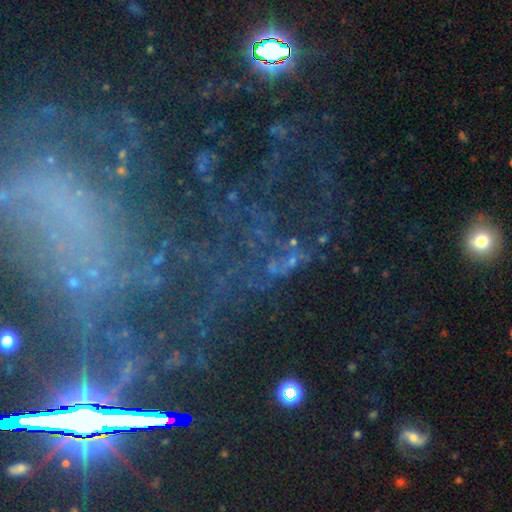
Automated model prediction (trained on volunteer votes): A star or artifact, not a galaxy (52%).

Vote fractions:
- Smooth or featured? star or artifact: 52% / featured or disk: 35% / smooth: 13%